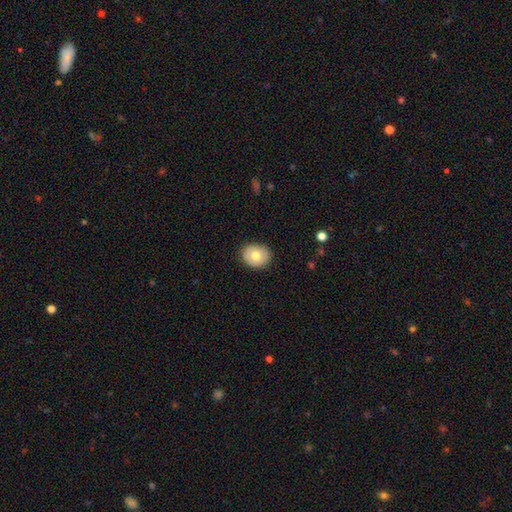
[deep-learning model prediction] Q: Smooth or featured?
A: smooth (71%); runner-up: featured or disk (22%)
Q: How rounded?
A: round (57%); runner-up: in between (42%)
Q: Merging?
A: none (87%); runner-up: minor disturbance (10%)